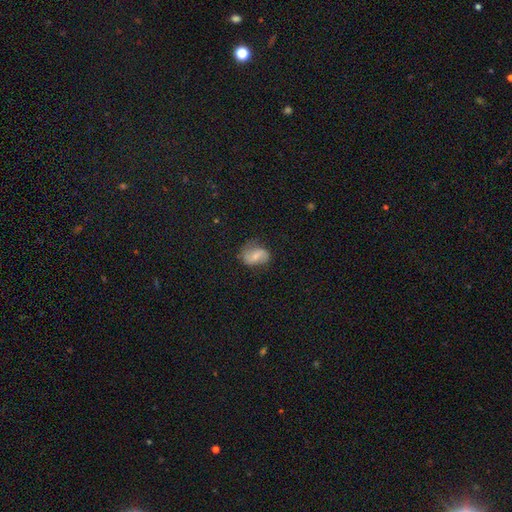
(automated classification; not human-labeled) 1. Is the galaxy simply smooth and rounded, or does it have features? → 52% featured or disk, 39% smooth, 9% star or artifact.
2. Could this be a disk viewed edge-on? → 96% no, 4% yes.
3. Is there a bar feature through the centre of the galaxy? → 44% weak, 30% strong, 27% no.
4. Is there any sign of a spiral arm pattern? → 81% yes, 19% no.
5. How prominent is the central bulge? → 49% small, 32% moderate, 14% none, 3% large, 1% dominant.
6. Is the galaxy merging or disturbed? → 63% none, 24% minor disturbance, 11% major disturbance, 2% merger.